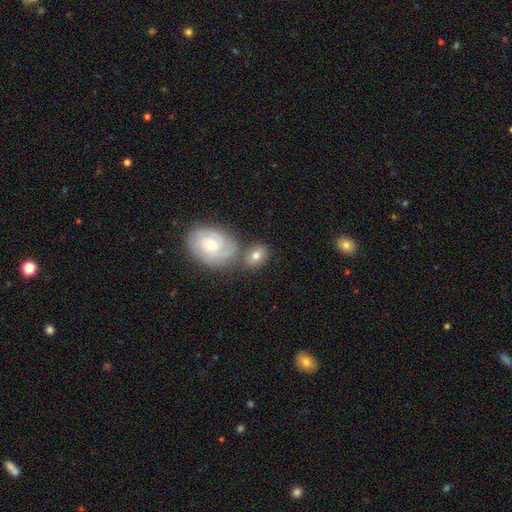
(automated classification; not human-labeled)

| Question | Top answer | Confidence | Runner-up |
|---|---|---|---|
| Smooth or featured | smooth | 55% | featured or disk (37%) |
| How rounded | in between | 59% | round (39%) |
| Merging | none | 60% | merger (23%) |